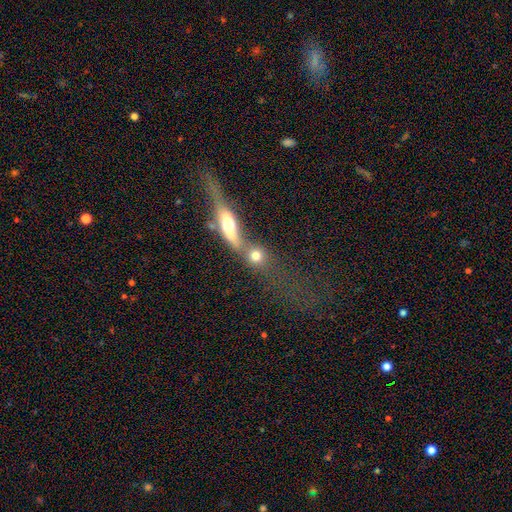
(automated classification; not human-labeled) Overall: smooth (71%). How rounded: round (63%; in between 29%). Merging: merger (56%; none 31%).